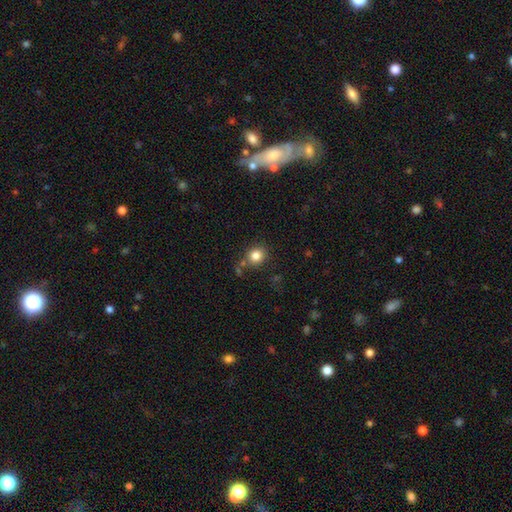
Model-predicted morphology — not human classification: Q: Smooth or featured?
A: smooth (82%); runner-up: star or artifact (11%)
Q: How rounded?
A: round (82%); runner-up: in between (17%)
Q: Merging?
A: none (79%); runner-up: minor disturbance (11%)